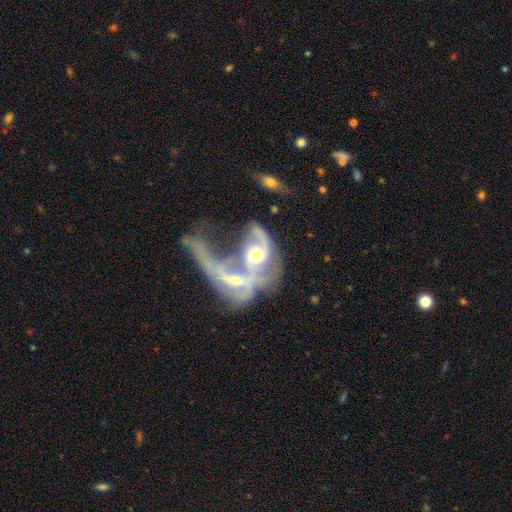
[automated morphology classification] A featured or disk galaxy (75%) with no bar (55%), 2 (48%) loose (53%) spiral arms (77%) and a moderate central bulge (56%).

Vote fractions:
- Smooth or featured? featured or disk: 75% / smooth: 17% / star or artifact: 8%
- Edge-on disk? no: 92% / yes: 8%
- Bar? no: 55% / weak: 31% / strong: 14%
- Spiral arms? yes: 77% / no: 23%
- Spiral winding? loose: 53% / medium: 30% / tight: 16%
- Spiral arm count? 2: 48% / can't tell: 23% / 1: 23% / 3: 3% / 4: 2% / more than 4: 2%
- Bulge size? moderate: 56% / small: 27% / large: 9% / none: 5% / dominant: 2%
- Merging? merger: 77% / major disturbance: 13% / none: 6% / minor disturbance: 4%